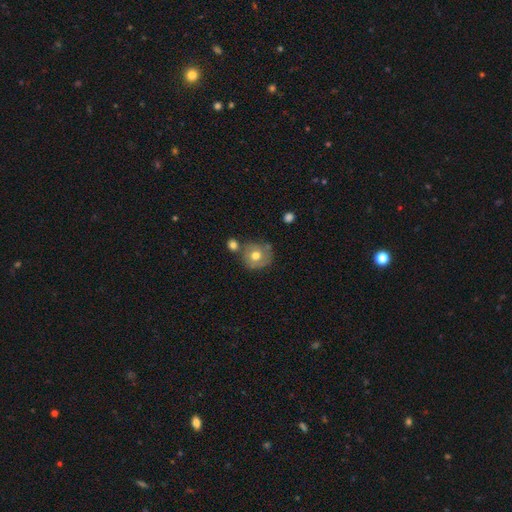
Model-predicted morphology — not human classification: This appears to be a smooth galaxy with no disk features (64%) that is round (86%). Merging: none (62%).